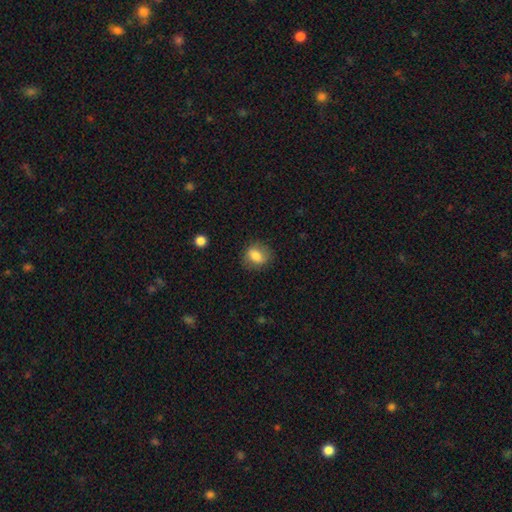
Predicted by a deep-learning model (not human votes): The model was most divided on "how rounded": in between: 54%, round: 44%, cigar-shaped: 2%. More confident: smooth or featured — smooth (78%); merging — none (77%).